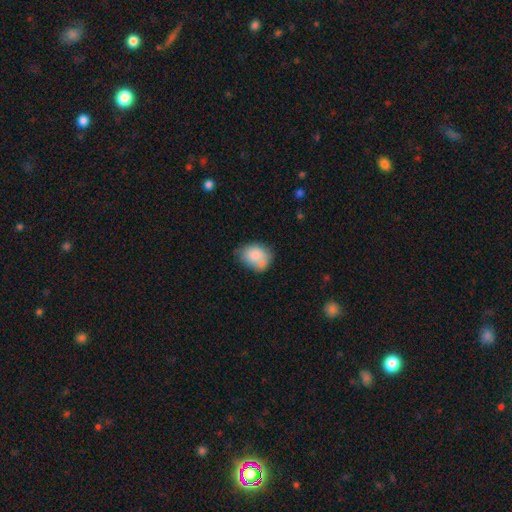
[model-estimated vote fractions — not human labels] A smooth galaxy with no disk features (81%) that is in between round and cigar-shaped (61%).

Vote fractions:
- Smooth or featured? smooth: 81% / featured or disk: 11% / star or artifact: 8%
- How rounded? in between: 61% / round: 38% / cigar-shaped: 1%
- Merging? none: 47% / minor disturbance: 27% / merger: 18% / major disturbance: 8%